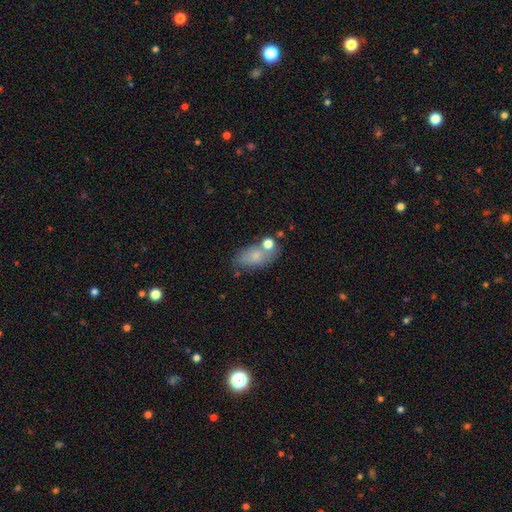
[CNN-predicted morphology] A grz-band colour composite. It shows a smooth galaxy with no disk features (73%) that is in between round and cigar-shaped (86%). Merging: none (55%).